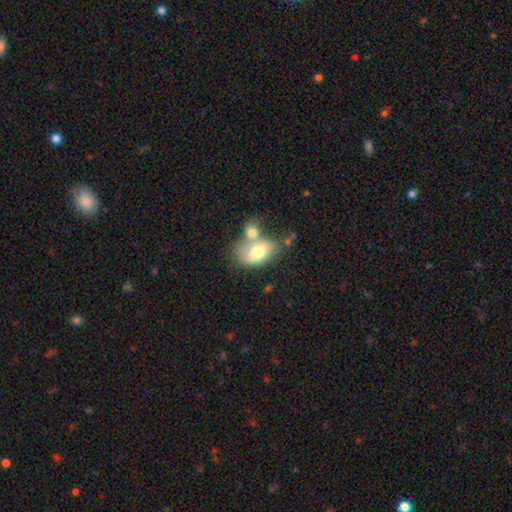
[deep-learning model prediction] This is likely a smooth galaxy (67%). How rounded: clearly in between (88%). Merging: marginally merger (44%).